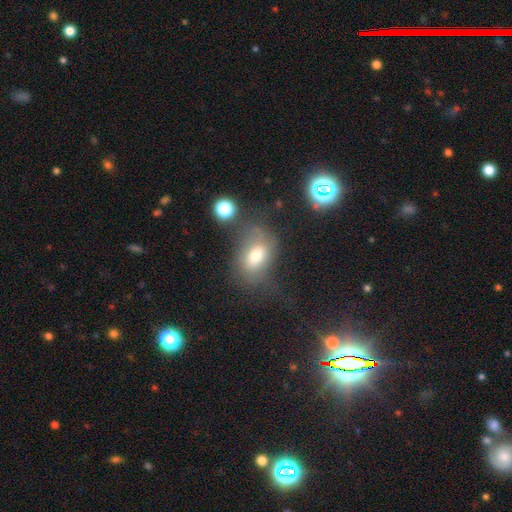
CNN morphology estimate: Overall: smooth (65%). How rounded: in between (81%). Merging: none (45%; minor disturbance 25%).